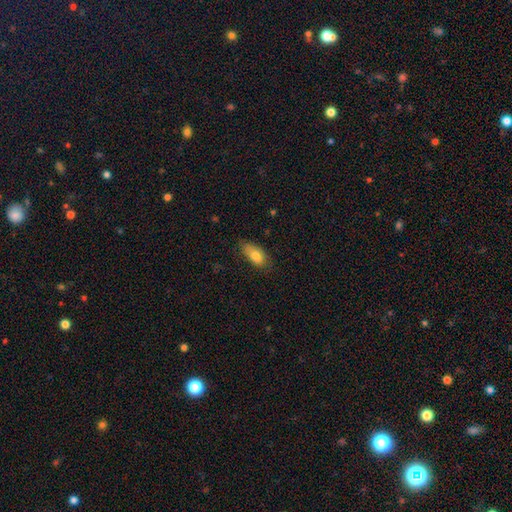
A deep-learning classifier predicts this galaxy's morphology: smooth 80%, featured or disk 13%, star or artifact 7%. Down the decision tree: how rounded — in between (88%); merging — none (67%).